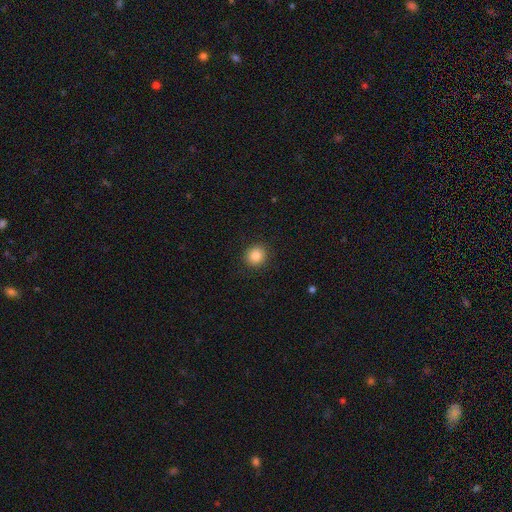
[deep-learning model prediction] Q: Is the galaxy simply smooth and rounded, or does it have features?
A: smooth — 84%.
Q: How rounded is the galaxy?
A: round — 90%.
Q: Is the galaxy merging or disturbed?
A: none — 91%.